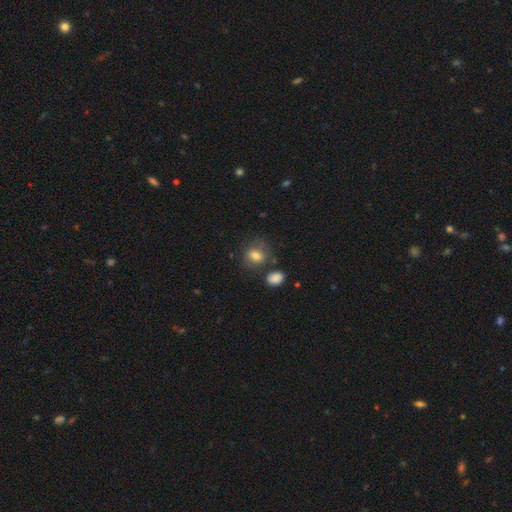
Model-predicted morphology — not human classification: Q: Smooth or featured?
A: smooth (77%); runner-up: featured or disk (12%)
Q: How rounded?
A: round (56%); runner-up: in between (43%)
Q: Merging?
A: none (67%); runner-up: minor disturbance (18%)